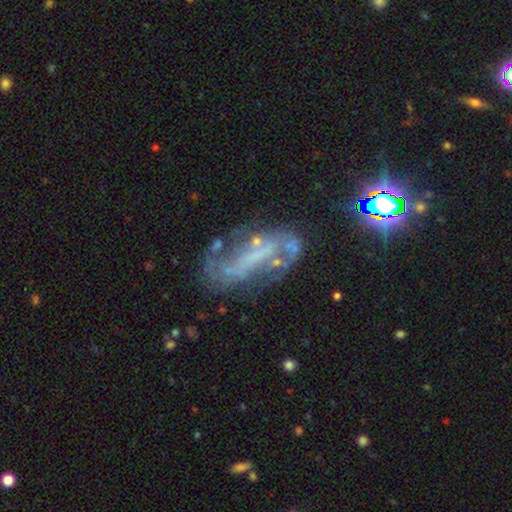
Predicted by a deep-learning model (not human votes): Smooth or featured: featured or disk — 66% (star or artifact — 18%)
Edge-on disk: no — 88% (yes — 12%)
Bar: strong — 37% (no — 35%)
Spiral arms: yes — 63% (no — 37%)
Bulge size: none — 58% (small — 28%)
Merging: none — 52% (major disturbance — 21%)